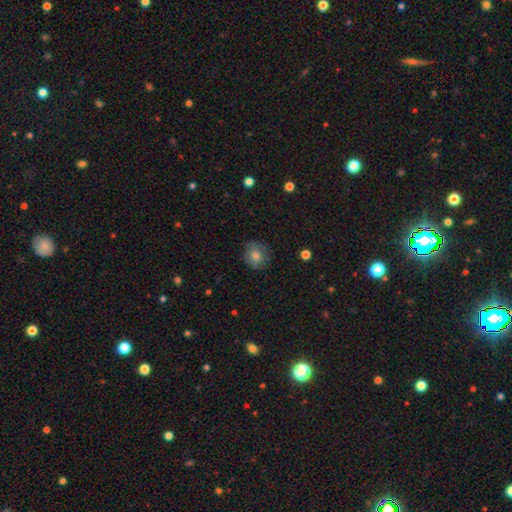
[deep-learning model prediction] A smooth galaxy with no disk features (68%) that is round (80%).

Vote fractions:
- Smooth or featured? smooth: 68% / featured or disk: 20% / star or artifact: 12%
- How rounded? round: 80% / in between: 18% / cigar-shaped: 1%
- Merging? none: 80% / minor disturbance: 15% / major disturbance: 4% / merger: 1%